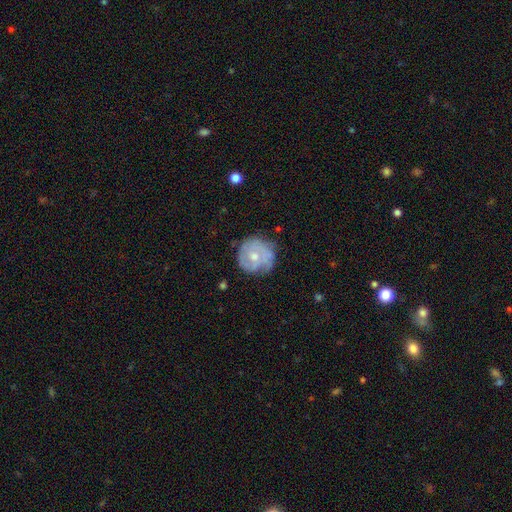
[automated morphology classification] Smooth or featured? Predicted: featured or disk (p=0.54). Edge-on disk? Predicted: no (p=0.97). Bar? Predicted: no (p=0.81). Spiral arms? Predicted: yes (p=0.57). Bulge size? Predicted: moderate (p=0.58). Merging? Predicted: none (p=0.65).